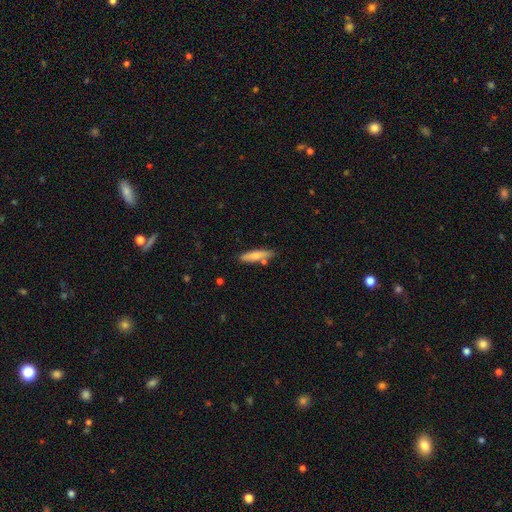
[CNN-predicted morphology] Overall: smooth (70%). How rounded: cigar-shaped (78%). Merging: none (76%).